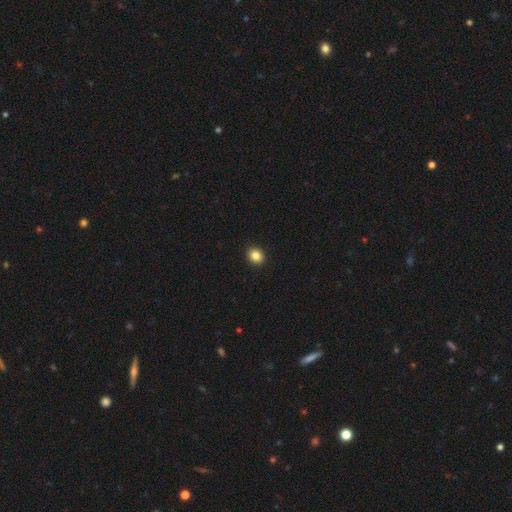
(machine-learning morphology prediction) The model was most divided on "how rounded": round: 74%, in between: 26%, cigar-shaped: 1%. More confident: merging — none (93%); smooth or featured — smooth (85%).